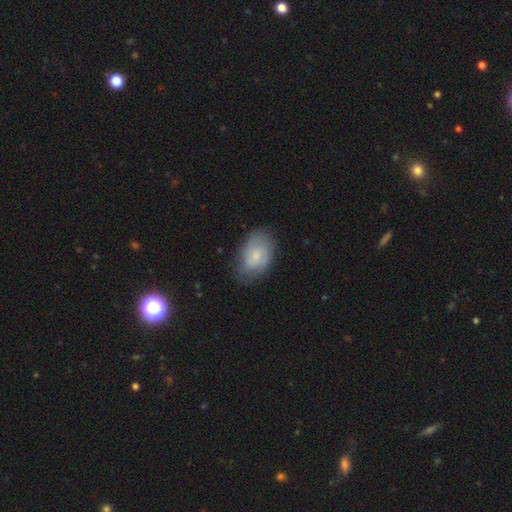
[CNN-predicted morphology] Smooth or featured? smooth (68%)
How rounded? in between (89%)
Merging? none (68%)